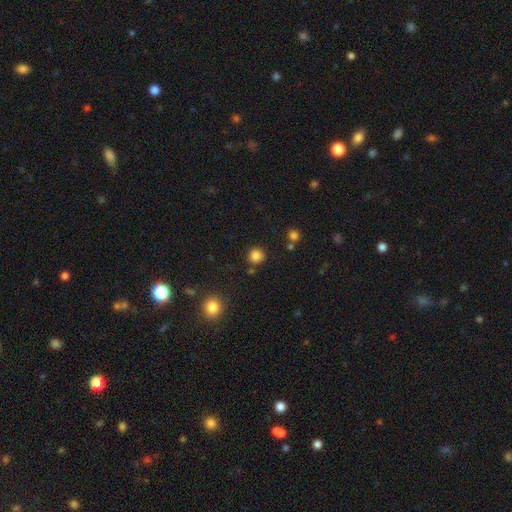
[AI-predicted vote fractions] Overall: smooth (83%). How rounded: round (91%). Merging: none (83%).